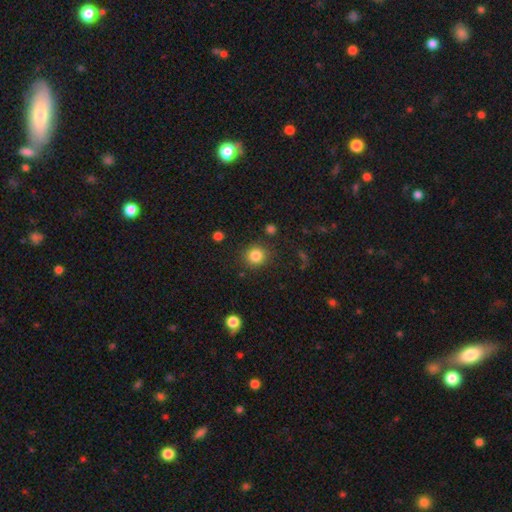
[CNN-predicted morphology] This is clearly a smooth galaxy (84%). How rounded: clearly round (90%). Merging: clearly none (87%).